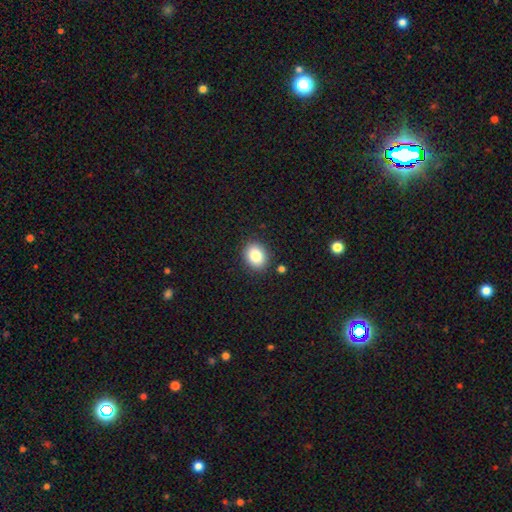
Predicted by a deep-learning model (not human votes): This is clearly a smooth galaxy (85%). How rounded: possibly in between (54%). Merging: clearly none (88%).